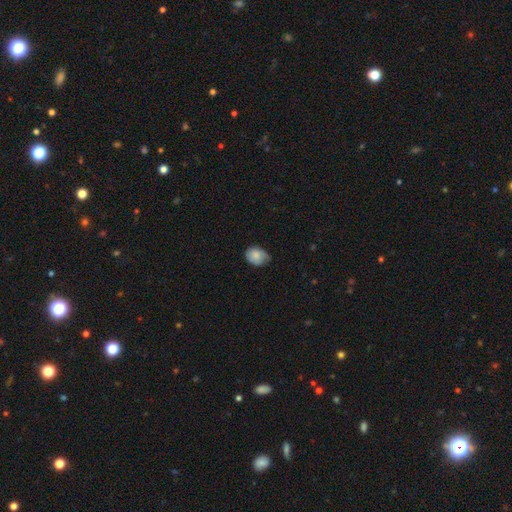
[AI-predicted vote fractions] This appears to be a smooth galaxy with no disk features (79%) that is in between round and cigar-shaped (66%). Merging: none (58%).